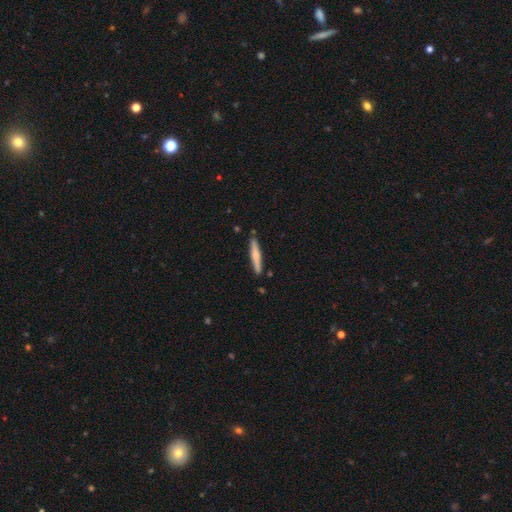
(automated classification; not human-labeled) smooth 63%, featured or disk 32%, star or artifact 5%. Down the decision tree: how rounded — cigar-shaped (93%); merging — none (86%).